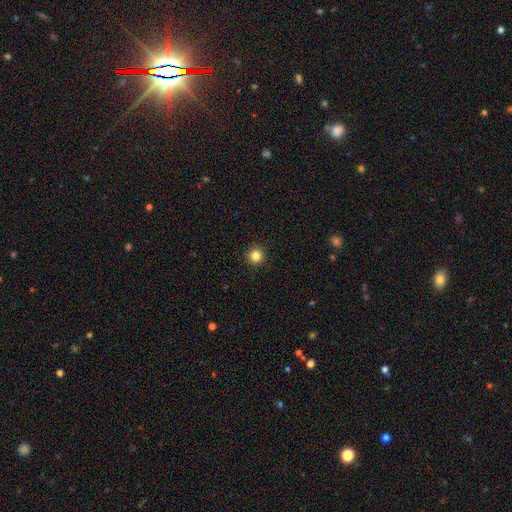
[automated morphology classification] smooth_or_featured: smooth (p=0.83) [alt: star or artifact p=0.12]
how_rounded: round (p=0.96) [alt: in between p=0.03]
merging: none (p=0.93) [alt: minor disturbance p=0.04]